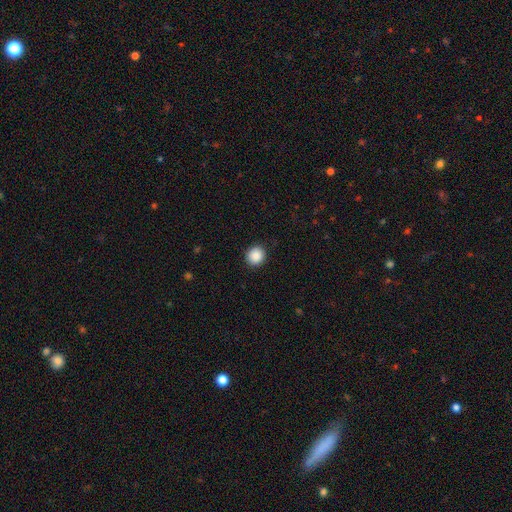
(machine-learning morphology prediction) smooth_or_featured: smooth (p=0.89) [alt: star or artifact p=0.09]
how_rounded: round (p=0.87) [alt: in between p=0.12]
merging: none (p=0.91) [alt: minor disturbance p=0.06]